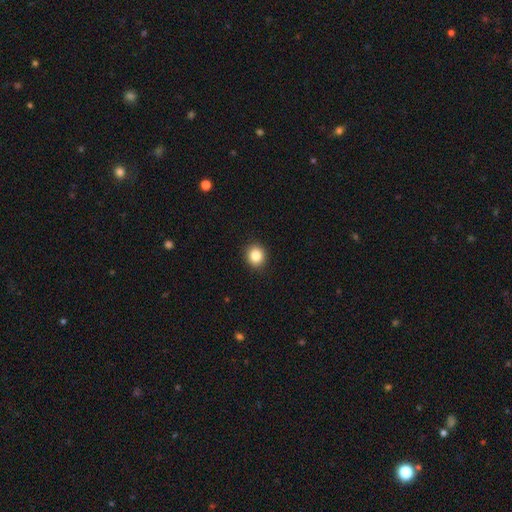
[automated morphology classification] Smooth or featured? smooth (85%)
How rounded? round (80%)
Merging? none (92%)